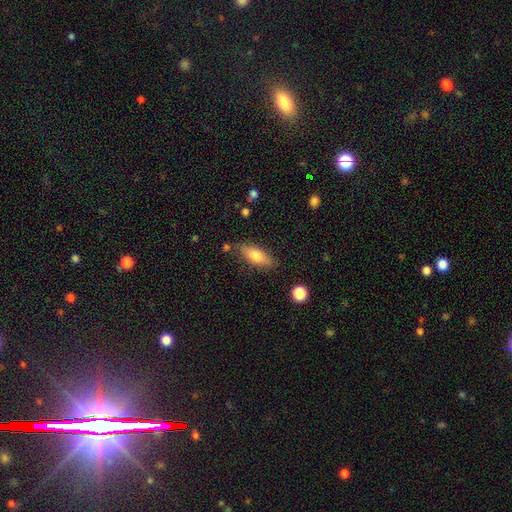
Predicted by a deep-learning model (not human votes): smooth-or-featured: smooth: 70% | featured or disk: 23% | star or artifact: 7%
  how-rounded: in between: 67% | cigar-shaped: 31% | round: 3%
  merging: none: 81% | minor disturbance: 13% | merger: 3% | major disturbance: 3%